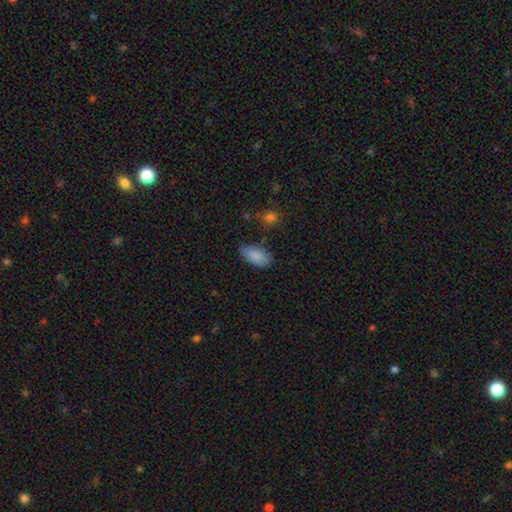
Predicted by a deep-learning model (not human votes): Q: Smooth or featured?
A: smooth (88%); runner-up: star or artifact (7%)
Q: How rounded?
A: in between (93%); runner-up: cigar-shaped (5%)
Q: Merging?
A: none (74%); runner-up: minor disturbance (19%)